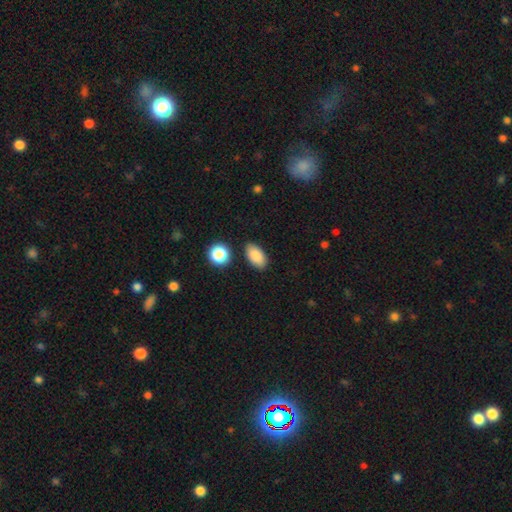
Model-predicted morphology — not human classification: Smooth or featured: smooth — 87% (star or artifact — 8%)
How rounded: in between — 92% (round — 5%)
Merging: none — 86% (minor disturbance — 9%)